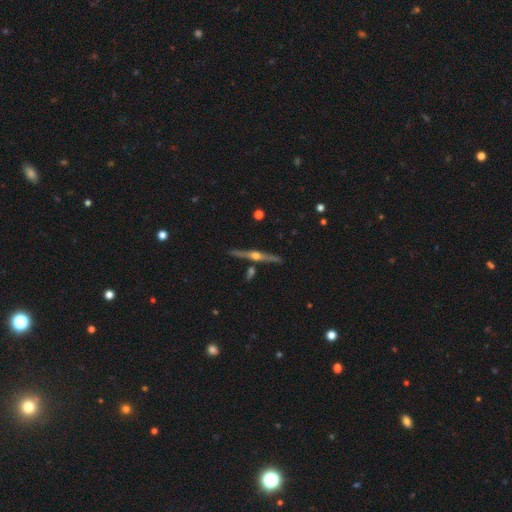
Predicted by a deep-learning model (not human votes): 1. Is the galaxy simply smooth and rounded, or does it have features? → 80% featured or disk, 14% smooth, 6% star or artifact.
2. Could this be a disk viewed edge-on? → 98% yes, 2% no.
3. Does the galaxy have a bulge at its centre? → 93% rounded, 3% boxy, 3% none.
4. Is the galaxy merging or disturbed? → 85% none, 8% minor disturbance, 5% merger, 2% major disturbance.